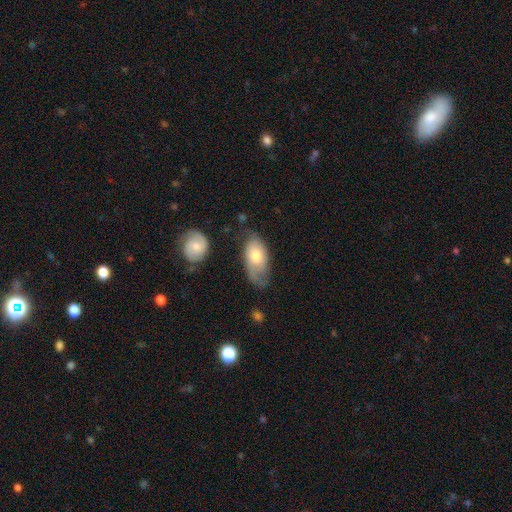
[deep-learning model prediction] Smooth or featured: smooth — 61% (featured or disk — 34%)
How rounded: in between — 92% (round — 4%)
Merging: none — 44% (minor disturbance — 34%)